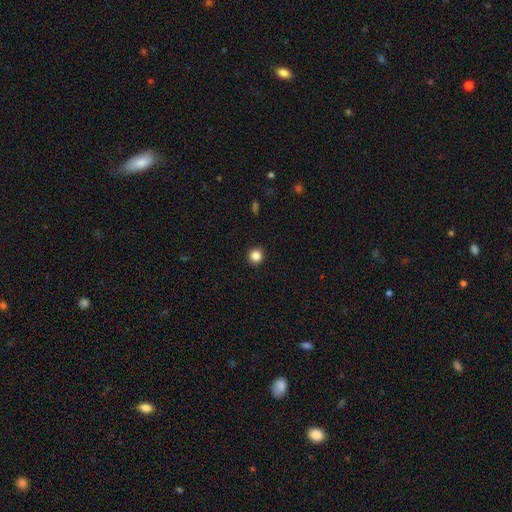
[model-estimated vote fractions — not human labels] The model was most divided on "smooth or featured": smooth: 85%, star or artifact: 11%, featured or disk: 4%. More confident: how rounded — round (94%); merging — none (93%).